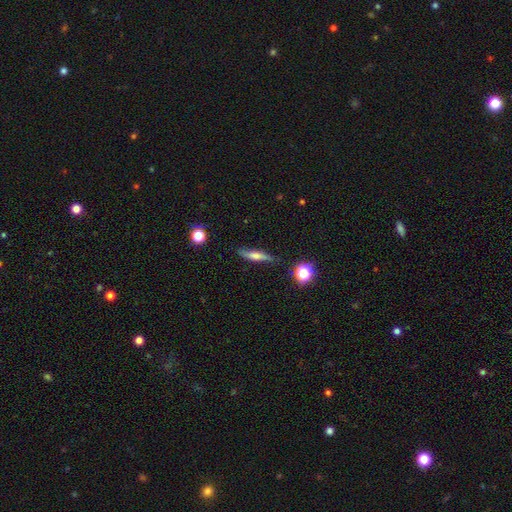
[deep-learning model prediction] Smooth or featured: smooth — 52% (featured or disk — 38%)
How rounded: cigar-shaped — 80% (in between — 17%)
Merging: none — 81% (minor disturbance — 14%)